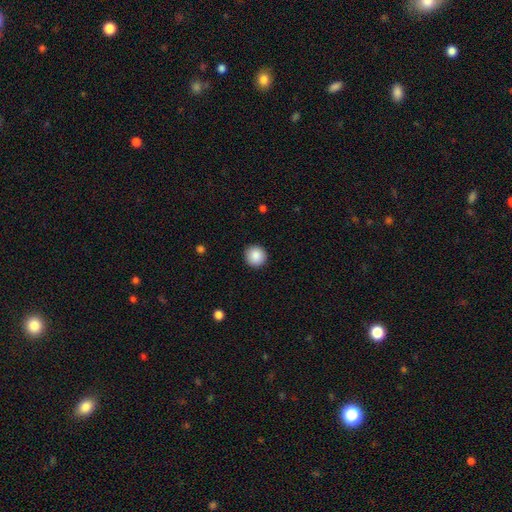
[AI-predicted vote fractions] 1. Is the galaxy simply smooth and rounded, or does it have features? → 88% smooth, 8% star or artifact, 4% featured or disk.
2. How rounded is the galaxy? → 94% round, 5% in between, 1% cigar-shaped.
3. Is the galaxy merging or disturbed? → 92% none, 6% minor disturbance, 2% major disturbance, 1% merger.